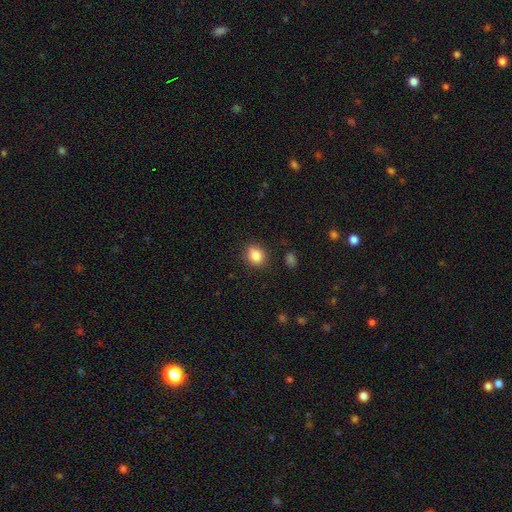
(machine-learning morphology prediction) smooth_or_featured: smooth (p=0.85) [alt: star or artifact p=0.10]
how_rounded: round (p=0.57) [alt: in between p=0.42]
merging: none (p=0.86) [alt: minor disturbance p=0.10]